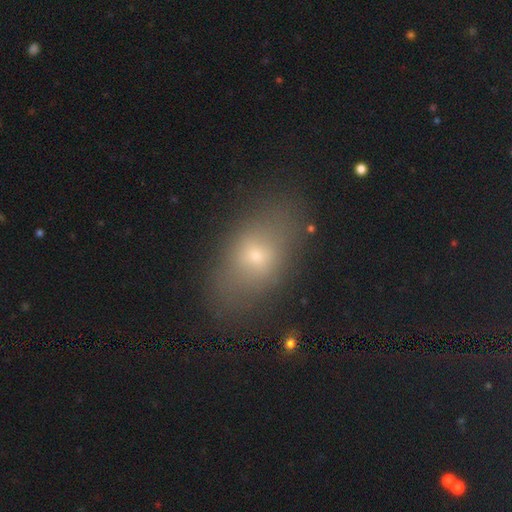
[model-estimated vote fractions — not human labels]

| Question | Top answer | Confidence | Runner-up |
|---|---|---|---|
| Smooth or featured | smooth | 64% | featured or disk (19%) |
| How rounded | in between | 82% | round (13%) |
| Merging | none | 81% | minor disturbance (13%) |